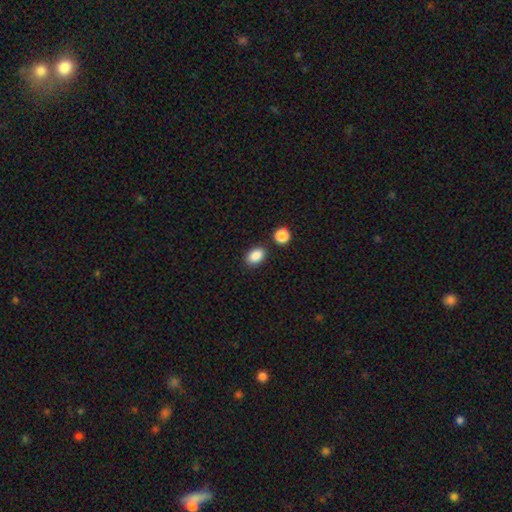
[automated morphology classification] This appears to be a smooth galaxy with no disk features (88%) that is in between round and cigar-shaped (84%). Merging: none (82%).